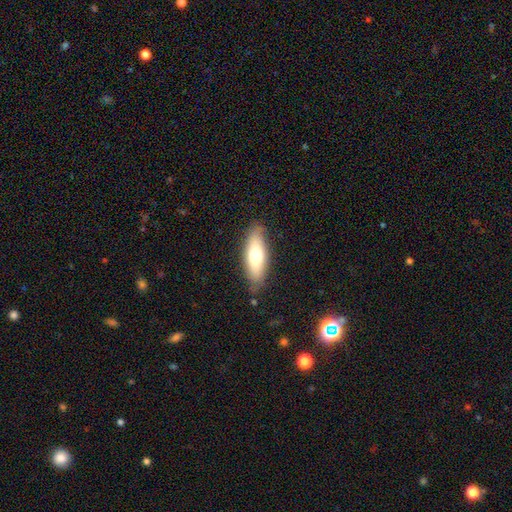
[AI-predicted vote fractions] smooth 66%, featured or disk 28%, star or artifact 6%. Down the decision tree: how rounded — in between (59%); merging — none (82%).